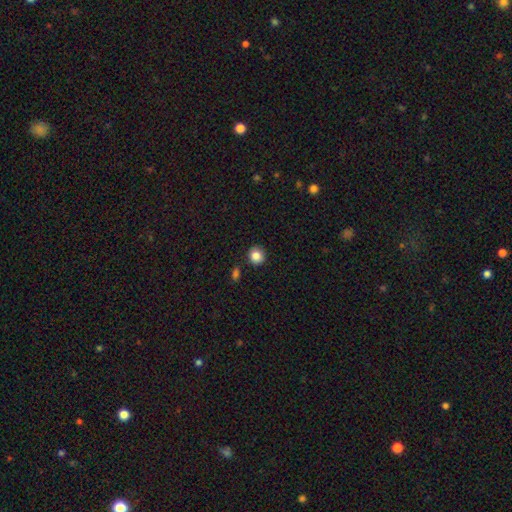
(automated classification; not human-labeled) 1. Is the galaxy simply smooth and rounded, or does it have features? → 85% smooth, 10% star or artifact, 5% featured or disk.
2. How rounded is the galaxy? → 89% round, 10% in between, 1% cigar-shaped.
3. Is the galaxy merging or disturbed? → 87% none, 8% minor disturbance, 3% merger, 2% major disturbance.